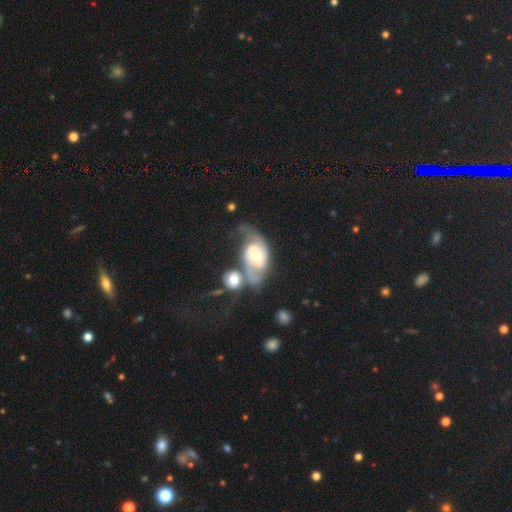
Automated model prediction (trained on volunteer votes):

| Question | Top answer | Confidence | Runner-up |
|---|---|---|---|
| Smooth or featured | featured or disk | 82% | smooth (12%) |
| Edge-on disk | no | 96% | yes (4%) |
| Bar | no | 50% | weak (38%) |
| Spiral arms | yes | 94% | no (6%) |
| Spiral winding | medium | 46% | loose (29%) |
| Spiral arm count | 2 | 84% | can't tell (7%) |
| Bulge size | moderate | 64% | small (23%) |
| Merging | merger | 35% | none (32%) |